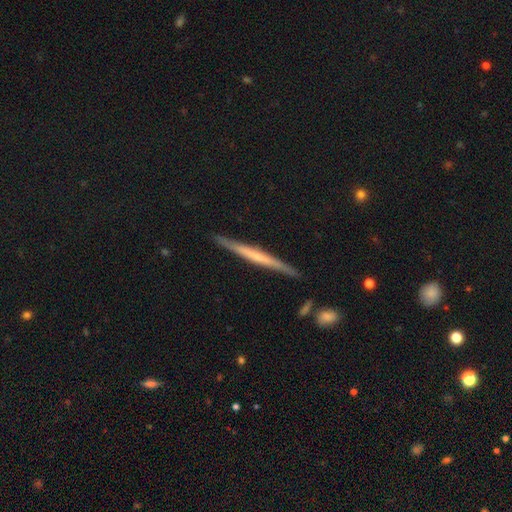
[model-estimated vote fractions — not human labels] This appears to be a featured or disk galaxy (58%) viewed edge-on (97%) with no central bulge (72%). Merging: none (88%).